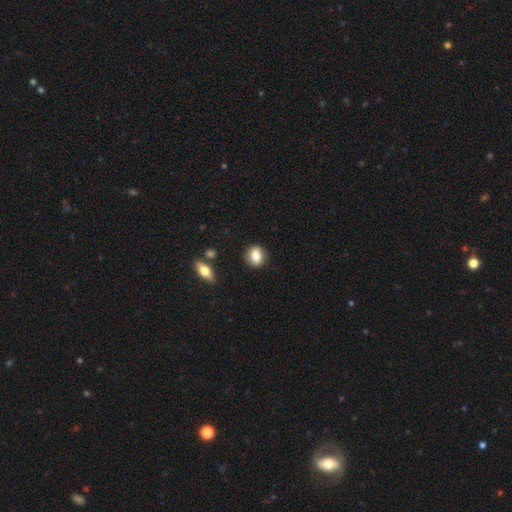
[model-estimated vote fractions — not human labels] Smooth or featured? Predicted: smooth (p=0.79). How rounded? Predicted: round (p=0.66). Merging? Predicted: none (p=0.87).